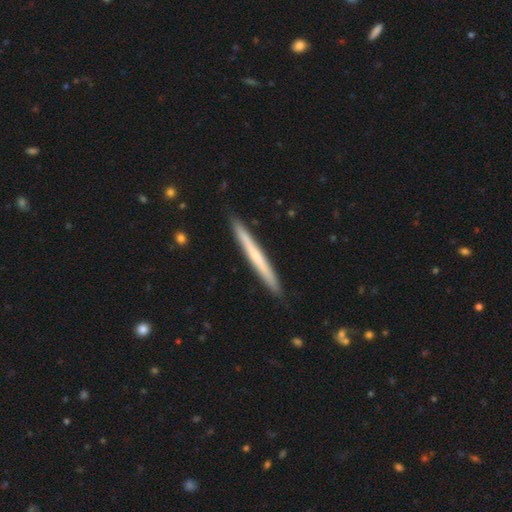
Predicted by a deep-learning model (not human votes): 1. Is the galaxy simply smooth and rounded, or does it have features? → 51% smooth, 44% featured or disk, 6% star or artifact.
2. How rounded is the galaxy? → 97% cigar-shaped, 2% in between, 1% round.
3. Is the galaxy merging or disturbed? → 92% none, 6% minor disturbance, 1% major disturbance, 1% merger.